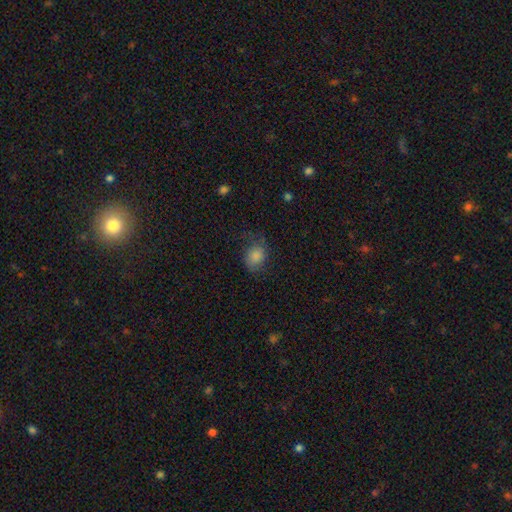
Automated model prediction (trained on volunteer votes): Overall: smooth (69%). How rounded: in between (51%; round 48%). Merging: none (57%; minor disturbance 25%).